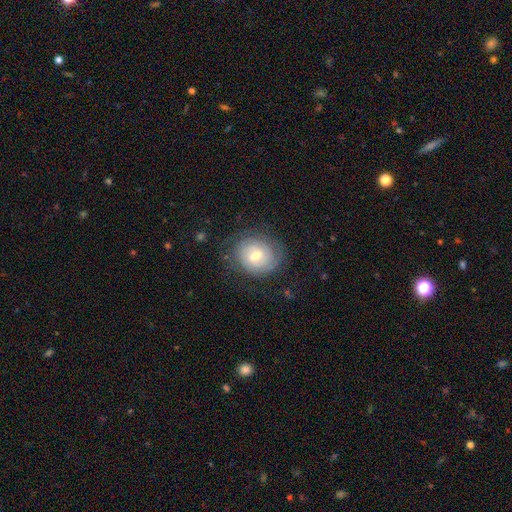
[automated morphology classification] type=featured or disk (59%); edge-on=no (97%); bar=no (47%); spiral arms=yes (83%); bulge=moderate (61%); merging=none (72%).